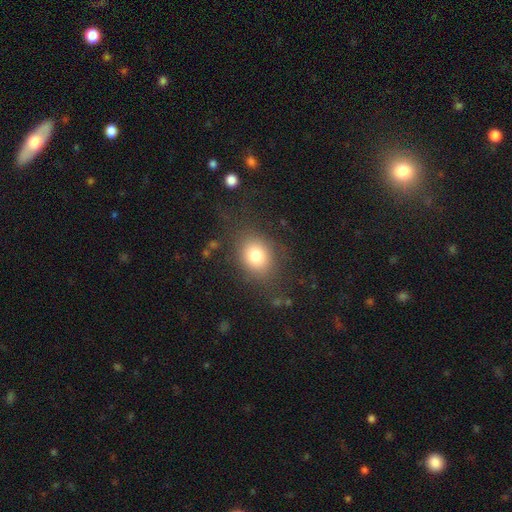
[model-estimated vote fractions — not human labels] Smooth or featured?
  - smooth: 78% *
  - star or artifact: 11%
  - featured or disk: 11%
How rounded?
  - round: 52% *
  - in between: 47%
  - cigar-shaped: 1%
Merging?
  - none: 78% *
  - minor disturbance: 13%
  - major disturbance: 8%
  - merger: 2%